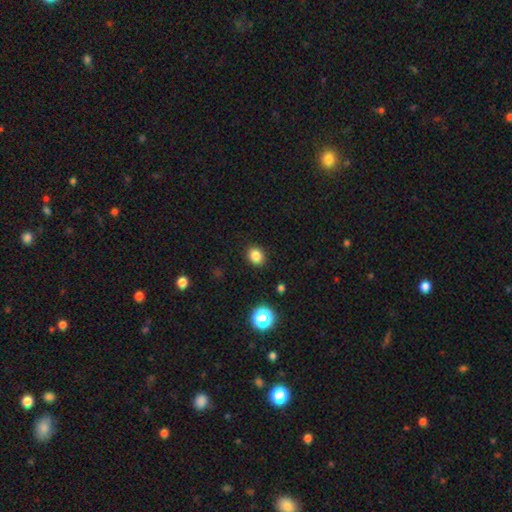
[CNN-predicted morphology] This appears to be a smooth galaxy with no disk features (84%) that is round (55%). Merging: none (90%).